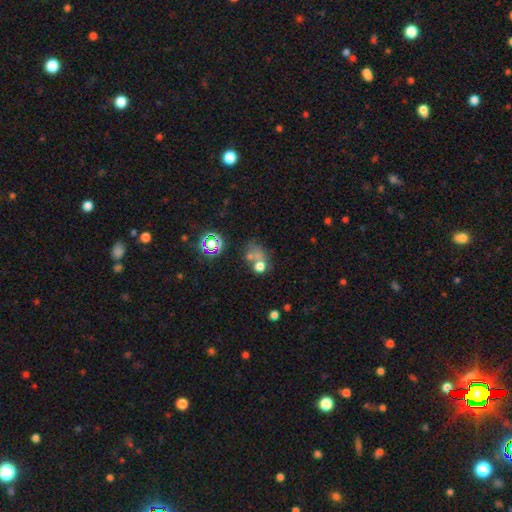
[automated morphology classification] Smooth or featured?
  - smooth: 58% *
  - star or artifact: 25%
  - featured or disk: 17%
How rounded?
  - round: 63% *
  - in between: 35%
  - cigar-shaped: 1%
Merging?
  - merger: 42% *
  - none: 34%
  - major disturbance: 13%
  - minor disturbance: 12%